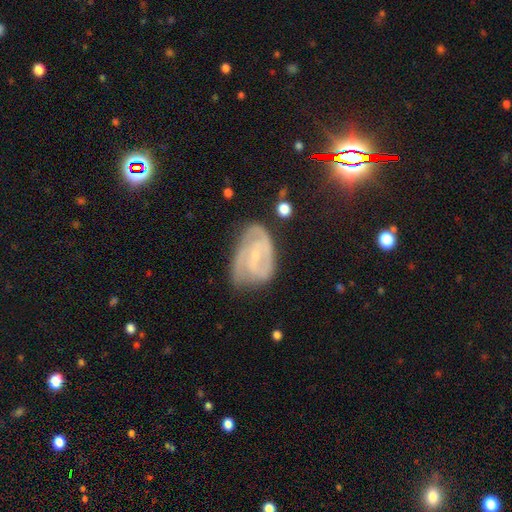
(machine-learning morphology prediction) Smooth or featured? Predicted: featured or disk (p=0.79). Edge-on disk? Predicted: no (p=0.97). Bar? Predicted: weak (p=0.48). Spiral arms? Predicted: yes (p=0.91). Spiral winding? Predicted: tight (p=0.53). Spiral arm count? Predicted: 2 (p=0.51). Bulge size? Predicted: small (p=0.70). Merging? Predicted: none (p=0.56).